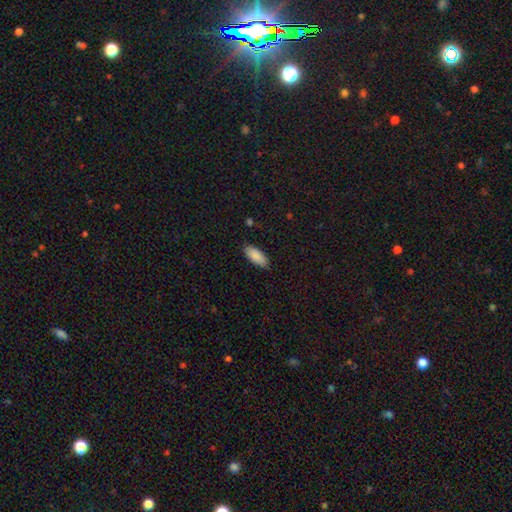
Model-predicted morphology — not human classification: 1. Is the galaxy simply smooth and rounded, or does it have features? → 89% smooth, 6% star or artifact, 5% featured or disk.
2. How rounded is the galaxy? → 87% in between, 11% cigar-shaped, 2% round.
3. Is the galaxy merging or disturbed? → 85% none, 11% minor disturbance, 2% major disturbance, 1% merger.